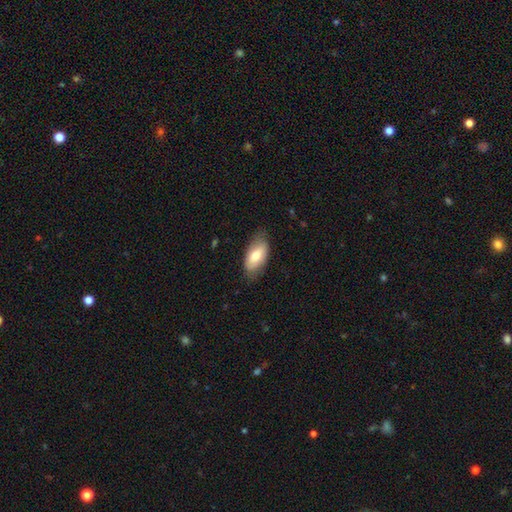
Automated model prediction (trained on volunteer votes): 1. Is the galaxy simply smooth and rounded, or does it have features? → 70% smooth, 24% featured or disk, 6% star or artifact.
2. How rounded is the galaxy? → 92% in between, 5% cigar-shaped, 3% round.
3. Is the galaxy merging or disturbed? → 75% none, 20% minor disturbance, 4% major disturbance, 1% merger.